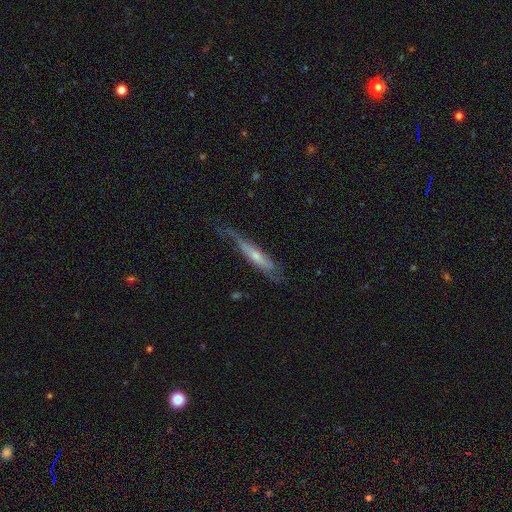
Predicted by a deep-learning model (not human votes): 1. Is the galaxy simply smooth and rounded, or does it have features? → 64% featured or disk, 30% smooth, 6% star or artifact.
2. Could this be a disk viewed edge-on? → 64% yes, 36% no.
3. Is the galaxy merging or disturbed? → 52% none, 28% minor disturbance, 18% major disturbance, 2% merger.